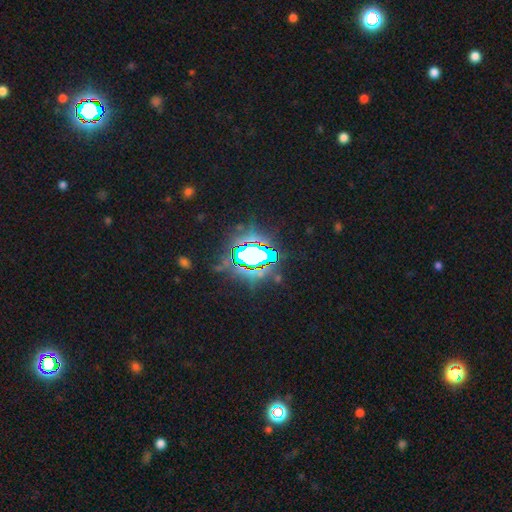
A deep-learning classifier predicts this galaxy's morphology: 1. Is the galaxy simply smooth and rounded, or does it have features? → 74% star or artifact, 13% smooth, 13% featured or disk.